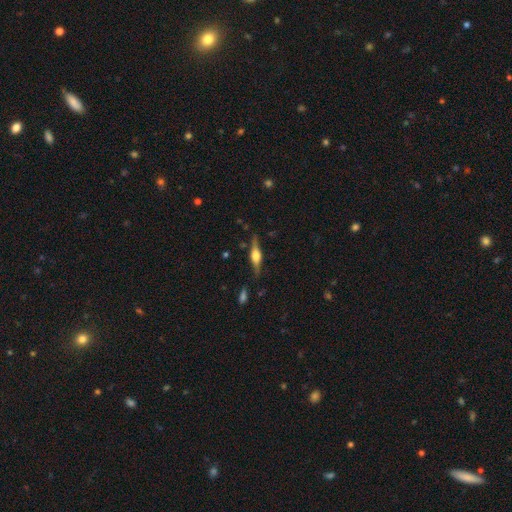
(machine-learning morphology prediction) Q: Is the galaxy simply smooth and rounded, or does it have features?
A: featured or disk — 70%.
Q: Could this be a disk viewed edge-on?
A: yes — 96%.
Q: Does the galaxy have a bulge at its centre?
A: rounded — 86%.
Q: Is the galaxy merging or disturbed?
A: none — 80%.